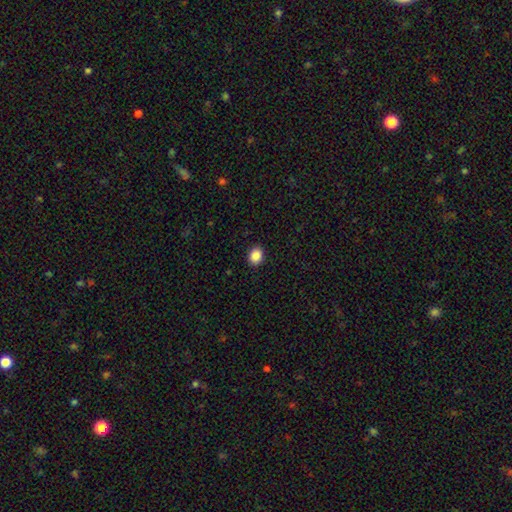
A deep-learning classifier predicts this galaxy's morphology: Q: Smooth or featured?
A: smooth (88%); runner-up: star or artifact (9%)
Q: How rounded?
A: round (52%); runner-up: in between (47%)
Q: Merging?
A: none (91%); runner-up: minor disturbance (6%)